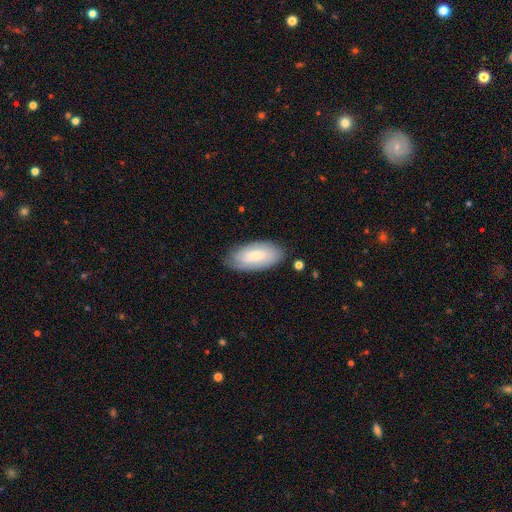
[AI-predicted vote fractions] A smooth galaxy with no disk features (60%) that is in between round and cigar-shaped (91%). Merging: none (76%).